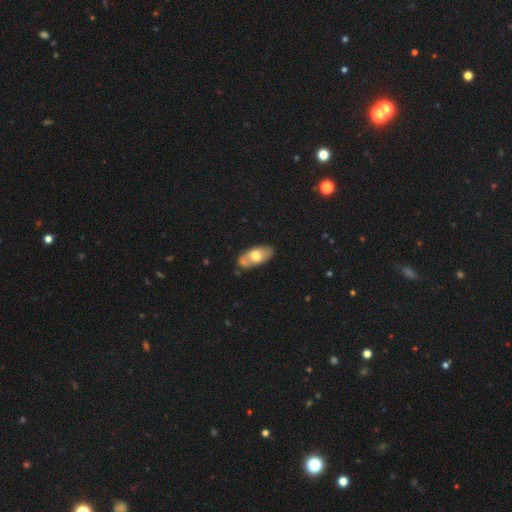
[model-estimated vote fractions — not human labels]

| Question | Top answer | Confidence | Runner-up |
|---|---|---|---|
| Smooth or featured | smooth | 63% | featured or disk (30%) |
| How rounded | in between | 88% | cigar-shaped (9%) |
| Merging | none | 60% | minor disturbance (20%) |